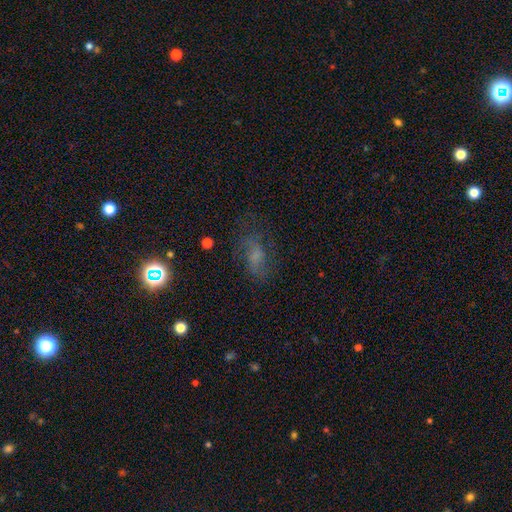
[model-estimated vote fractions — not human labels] smooth-or-featured: smooth: 43% | featured or disk: 36% | star or artifact: 21%
  merging: none: 58% | minor disturbance: 21% | major disturbance: 18% | merger: 2%